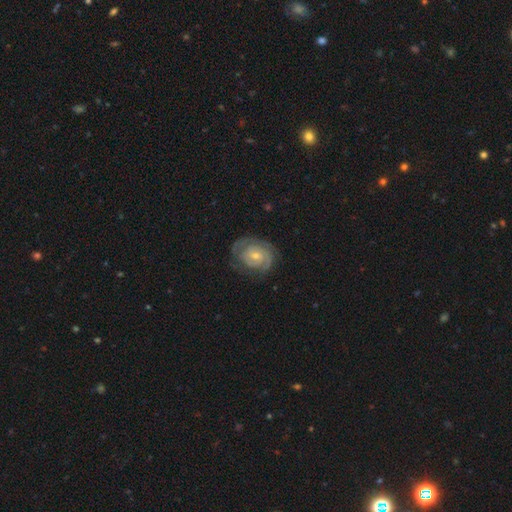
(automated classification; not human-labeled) featured or disk 82%, smooth 13%, star or artifact 5%. Down the decision tree: edge-on disk — no (98%); bar — no (57%); spiral arms — yes (94%); spiral arm count — 2 (50%); spiral winding — tight (68%); bulge size — small (56%); merging — none (69%).